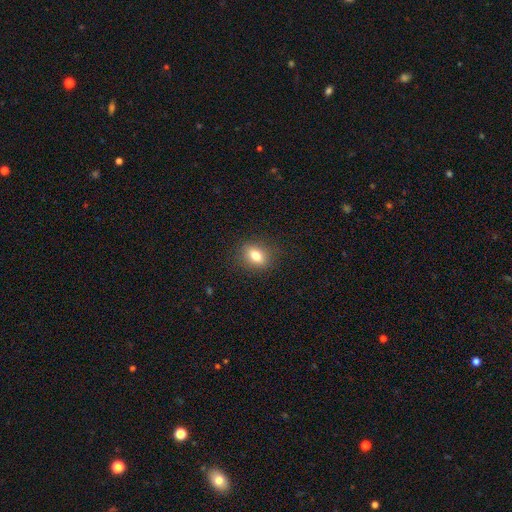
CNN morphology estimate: Smooth or featured: smooth — 78% (featured or disk — 12%)
How rounded: in between — 67% (round — 30%)
Merging: none — 86% (minor disturbance — 10%)